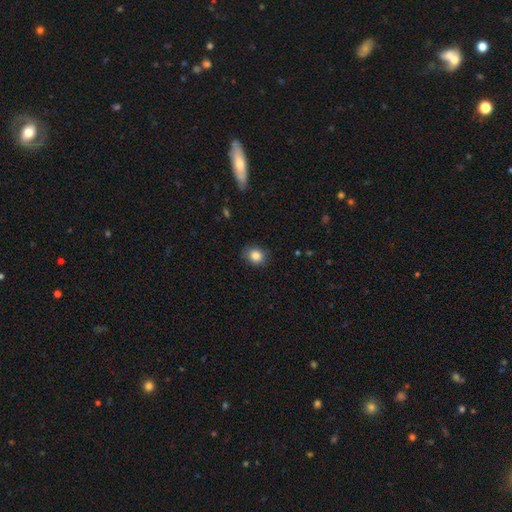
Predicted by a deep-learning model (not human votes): A smooth galaxy with no disk features (85%) that is round (65%). Merging: none (83%).